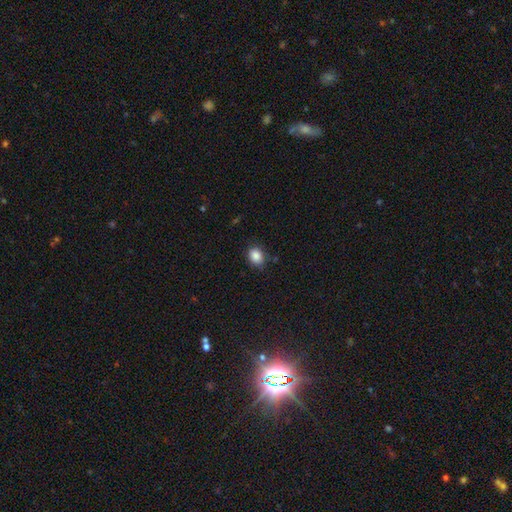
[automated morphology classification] The model was most divided on "how rounded": in between: 53%, round: 46%, cigar-shaped: 1%. More confident: smooth or featured — smooth (86%); merging — none (81%).